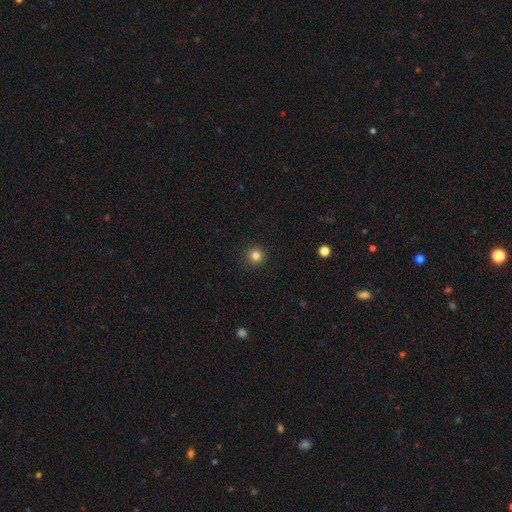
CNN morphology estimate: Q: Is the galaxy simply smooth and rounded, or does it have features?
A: smooth — 83%.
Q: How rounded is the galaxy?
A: round — 95%.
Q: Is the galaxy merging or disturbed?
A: none — 93%.